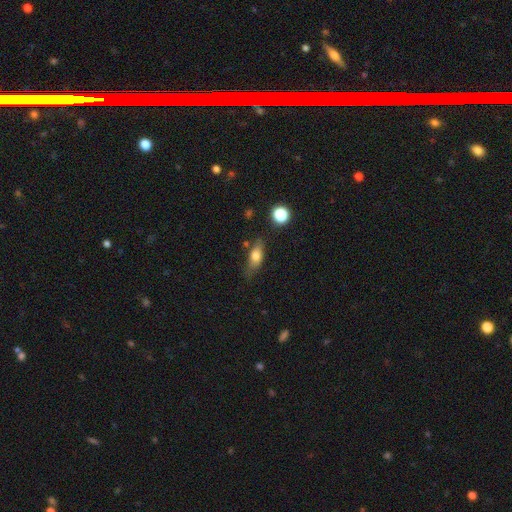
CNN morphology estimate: A smooth galaxy with no disk features (69%) that is in between round and cigar-shaped (71%).

Vote fractions:
- Smooth or featured? smooth: 69% / featured or disk: 22% / star or artifact: 9%
- How rounded? in between: 71% / cigar-shaped: 22% / round: 7%
- Merging? none: 66% / minor disturbance: 23% / major disturbance: 7% / merger: 4%